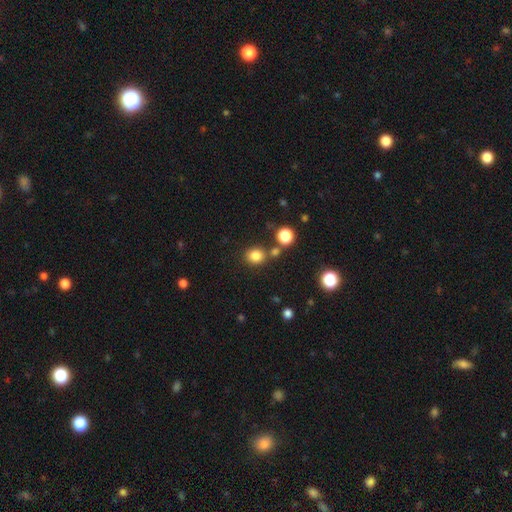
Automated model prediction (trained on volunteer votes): Smooth or featured? smooth (82%)
How rounded? round (78%)
Merging? none (76%)